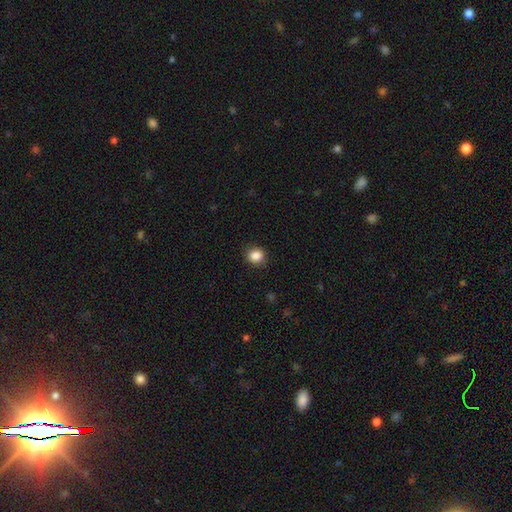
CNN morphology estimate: type=smooth (87%); roundness=round (79%); merging=none (88%).